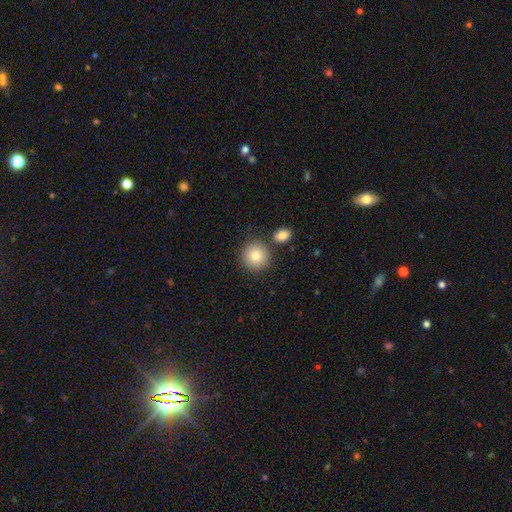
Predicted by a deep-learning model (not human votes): smooth_or_featured: smooth (p=0.84) [alt: star or artifact p=0.09]
how_rounded: round (p=0.92) [alt: in between p=0.08]
merging: none (p=0.79) [alt: merger p=0.10]